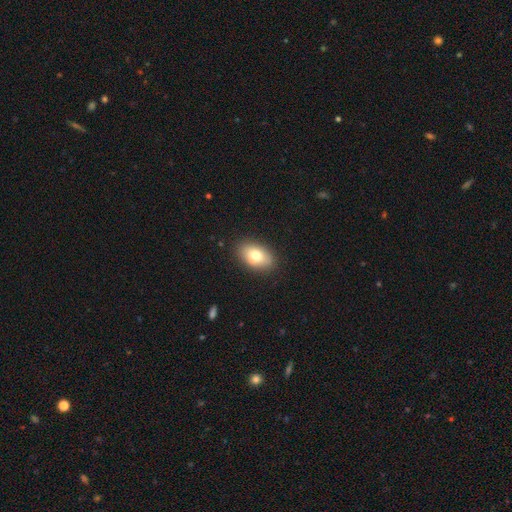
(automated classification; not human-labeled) Smooth or featured: smooth — 76% (featured or disk — 17%)
How rounded: in between — 88% (round — 10%)
Merging: none — 86% (minor disturbance — 10%)